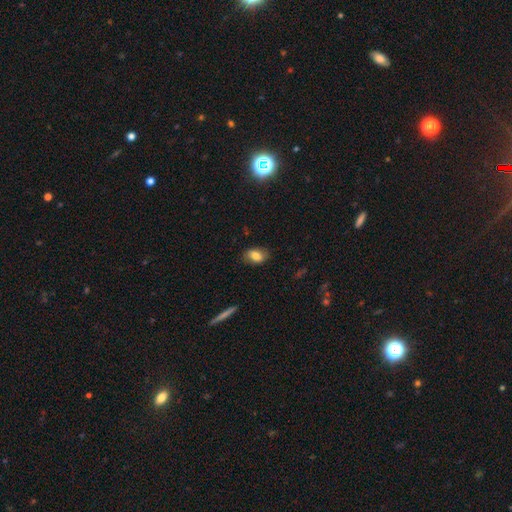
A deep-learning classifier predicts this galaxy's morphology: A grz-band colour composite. It shows a smooth galaxy with no disk features (76%) that is in between round and cigar-shaped (84%). Merging: none (79%).